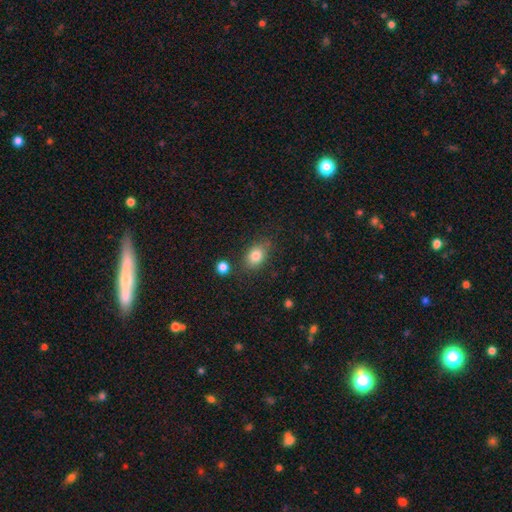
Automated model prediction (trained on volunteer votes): Smooth or featured? Predicted: smooth (p=0.82). How rounded? Predicted: in between (p=0.72). Merging? Predicted: none (p=0.75).